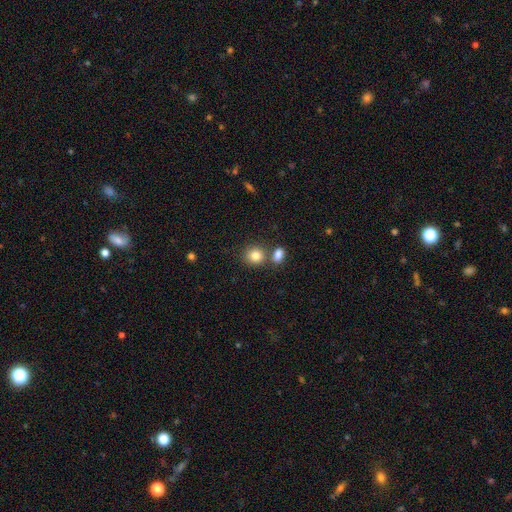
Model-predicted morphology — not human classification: smooth-or-featured: smooth: 83% | star or artifact: 10% | featured or disk: 7%
  how-rounded: round: 78% | in between: 21% | cigar-shaped: 1%
  merging: none: 63% | merger: 24% | minor disturbance: 9% | major disturbance: 3%